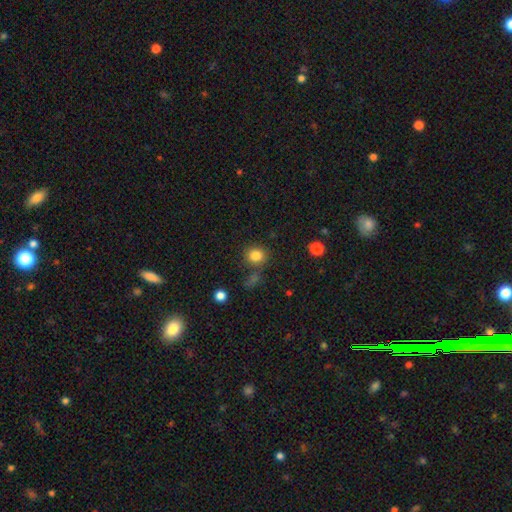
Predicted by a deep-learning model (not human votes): This appears to be a smooth galaxy with no disk features (83%) that is round (82%). Merging: none (76%).